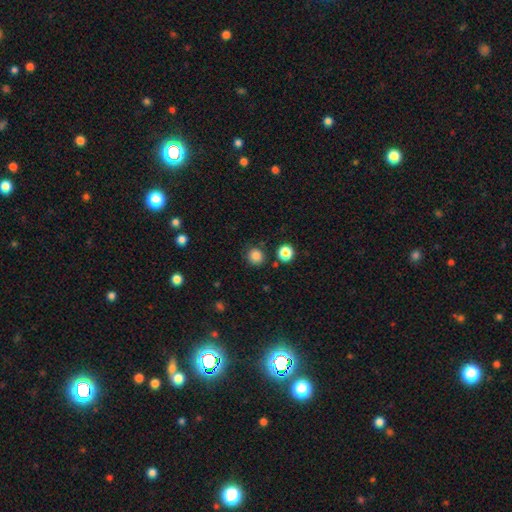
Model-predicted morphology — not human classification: smooth_or_featured: smooth (p=0.84) [alt: star or artifact p=0.12]
how_rounded: round (p=0.86) [alt: in between p=0.13]
merging: none (p=0.83) [alt: minor disturbance p=0.10]